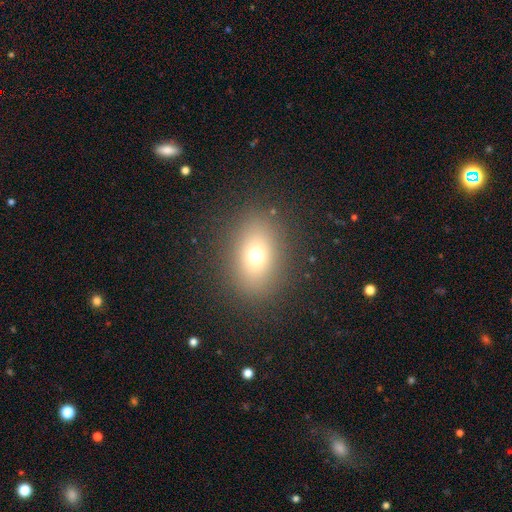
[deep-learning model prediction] Smooth or featured: smooth — 69% (star or artifact — 16%)
How rounded: in between — 67% (round — 31%)
Merging: none — 86% (minor disturbance — 8%)